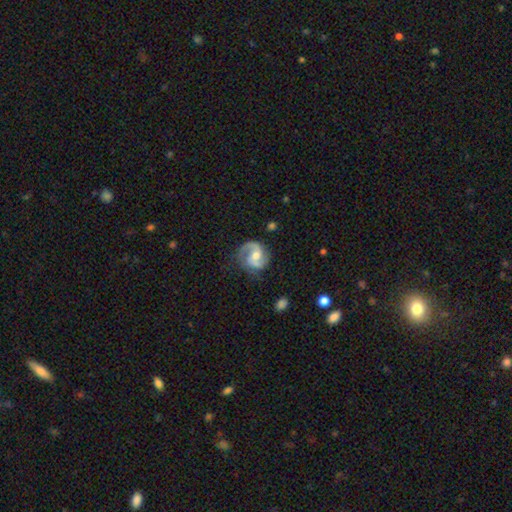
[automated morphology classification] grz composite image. It shows a featured or disk galaxy (87%) with no bar (45%), 2 (87%) medium (54%) spiral arms (97%) and a moderate central bulge (66%). Merging: none (75%).